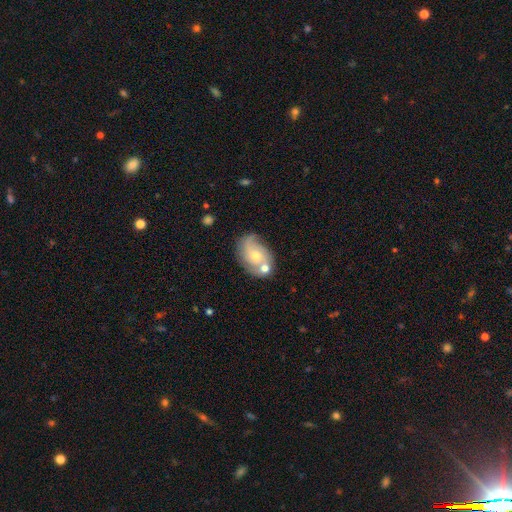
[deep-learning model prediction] Q: Smooth or featured?
A: featured or disk (60%); runner-up: smooth (32%)
Q: Edge-on disk?
A: no (96%); runner-up: yes (4%)
Q: Bar?
A: no (74%); runner-up: weak (23%)
Q: Spiral arms?
A: yes (82%); runner-up: no (18%)
Q: Bulge size?
A: small (53%); runner-up: moderate (41%)
Q: Merging?
A: none (50%); runner-up: minor disturbance (21%)